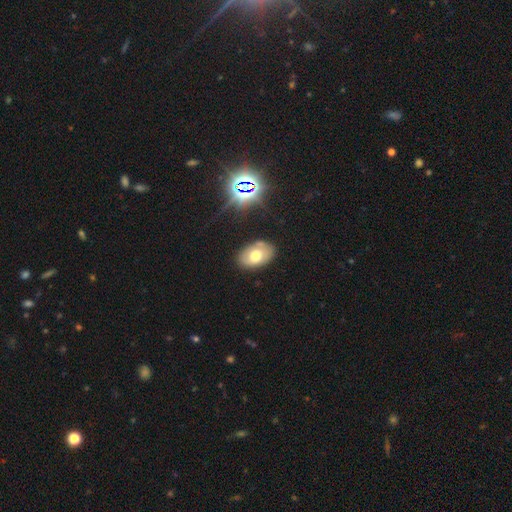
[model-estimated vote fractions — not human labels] Smooth or featured? Predicted: smooth (p=0.60). How rounded? Predicted: in between (p=0.89). Merging? Predicted: none (p=0.80).